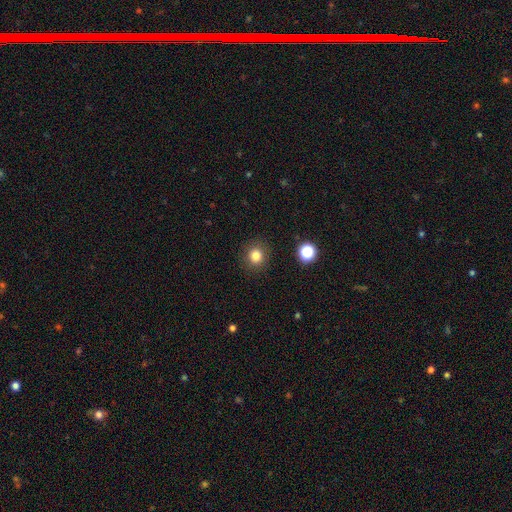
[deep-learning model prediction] Morphology: type=smooth (82%); roundness=round (88%); merging=none (90%).